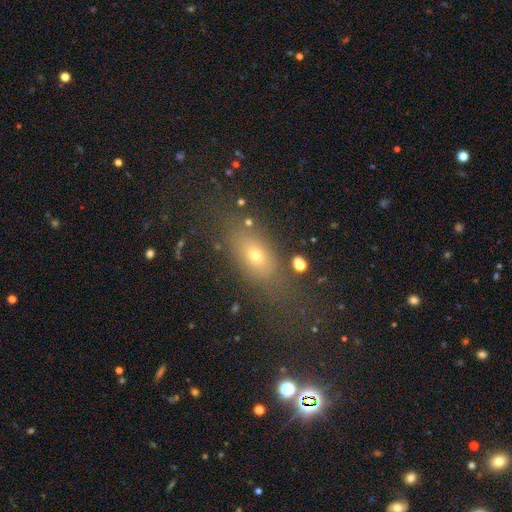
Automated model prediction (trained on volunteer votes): Smooth or featured?
  - smooth: 66% *
  - featured or disk: 17%
  - star or artifact: 17%
How rounded?
  - in between: 72% *
  - round: 15%
  - cigar-shaped: 13%
Merging?
  - none: 67% *
  - minor disturbance: 15%
  - major disturbance: 11%
  - merger: 6%